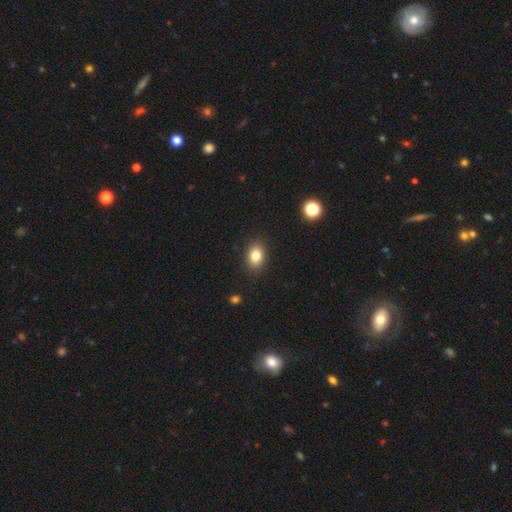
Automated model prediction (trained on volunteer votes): Morphology: type=smooth (82%); roundness=in between (72%); merging=none (88%).